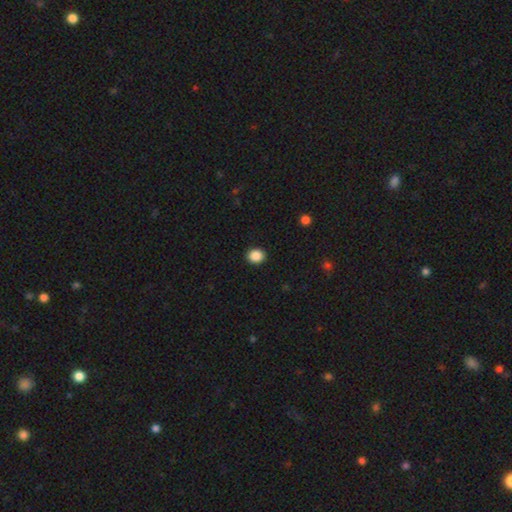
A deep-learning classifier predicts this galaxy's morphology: smooth 88%, star or artifact 9%, featured or disk 3%. Down the decision tree: how rounded — round (69%); merging — none (92%).